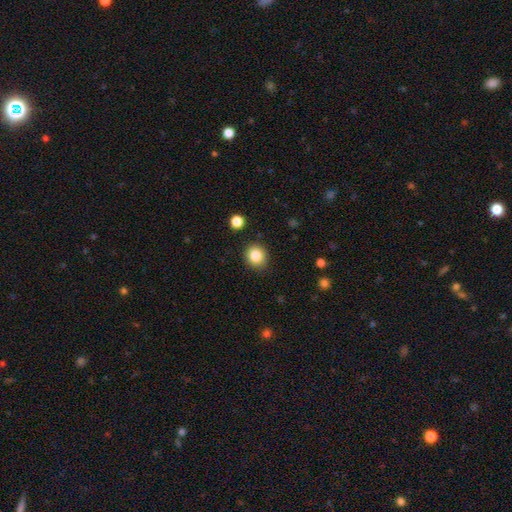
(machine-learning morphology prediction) smooth-or-featured: smooth: 84% | star or artifact: 10% | featured or disk: 6%
  how-rounded: round: 83% | in between: 16% | cigar-shaped: 1%
  merging: none: 88% | minor disturbance: 8% | major disturbance: 2% | merger: 2%